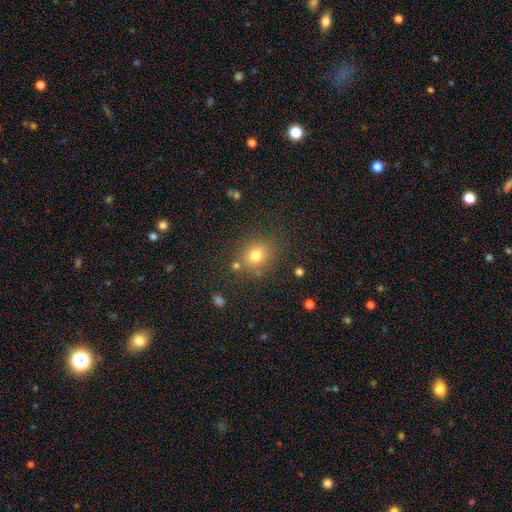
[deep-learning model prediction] smooth_or_featured: smooth (p=0.75) [alt: star or artifact p=0.16]
how_rounded: round (p=0.71) [alt: in between p=0.28]
merging: none (p=0.78) [alt: minor disturbance p=0.11]